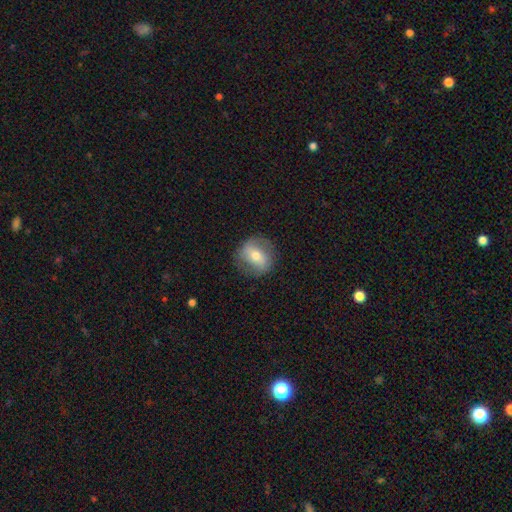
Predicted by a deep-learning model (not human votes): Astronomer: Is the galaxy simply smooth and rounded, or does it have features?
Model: featured or disk — 49% (runner-up: smooth, 43%).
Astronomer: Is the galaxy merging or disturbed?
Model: none — 82%.